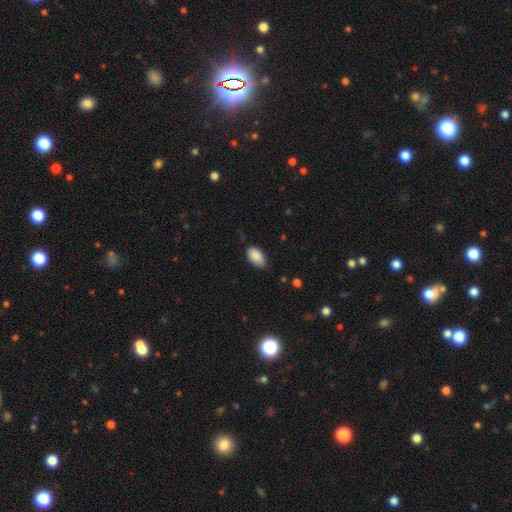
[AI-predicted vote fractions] Smooth or featured? Predicted: smooth (p=0.88). How rounded? Predicted: in between (p=0.94). Merging? Predicted: none (p=0.70).